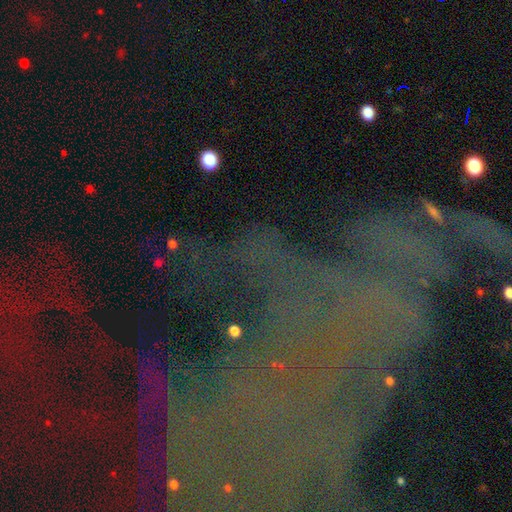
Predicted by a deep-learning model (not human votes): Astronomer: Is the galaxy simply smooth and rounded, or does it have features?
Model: star or artifact — 72%.